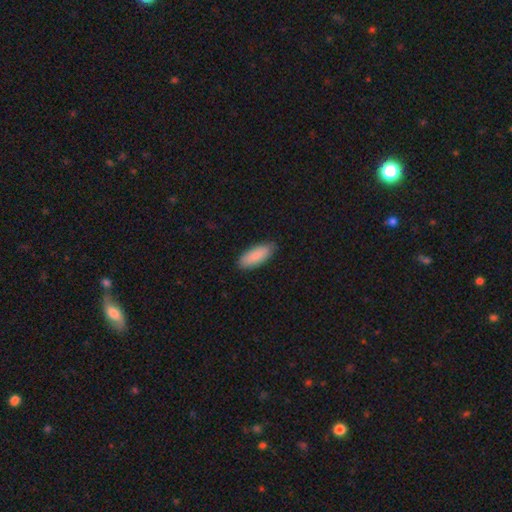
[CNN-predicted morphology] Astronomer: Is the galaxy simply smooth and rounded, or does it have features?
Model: smooth — 89%.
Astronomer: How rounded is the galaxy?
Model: in between — 81%.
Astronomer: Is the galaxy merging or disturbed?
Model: none — 83%.